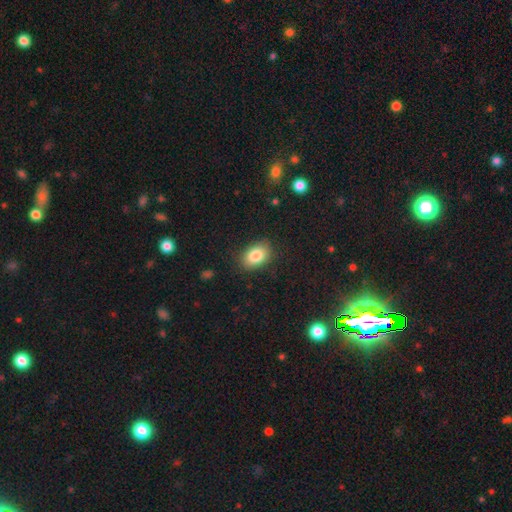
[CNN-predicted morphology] This is clearly a smooth galaxy (84%). How rounded: clearly in between (82%). Merging: clearly none (84%).